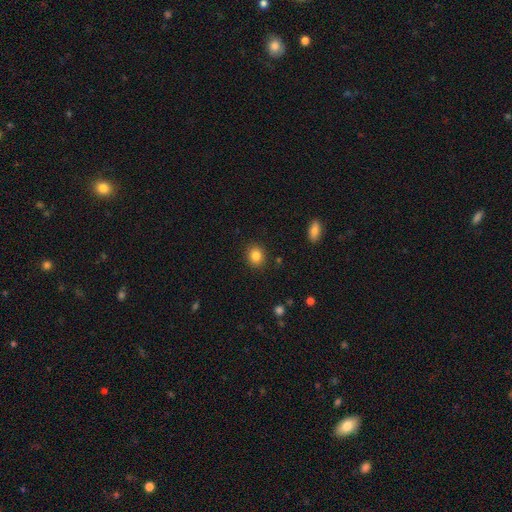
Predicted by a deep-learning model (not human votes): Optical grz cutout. It shows a smooth galaxy with no disk features (84%) that is round (75%). Merging: none (89%).